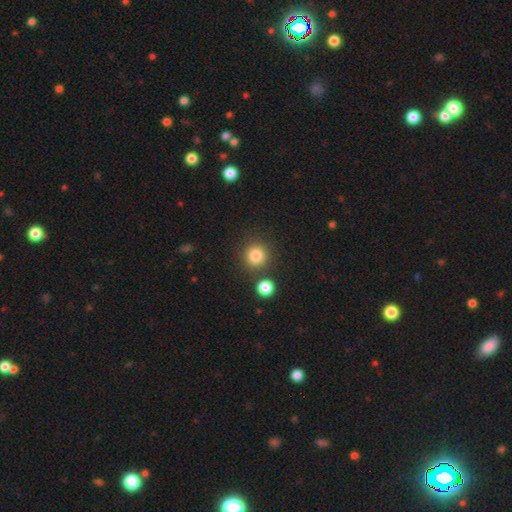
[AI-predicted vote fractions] Morphology: type=smooth (83%); roundness=round (93%); merging=none (82%).